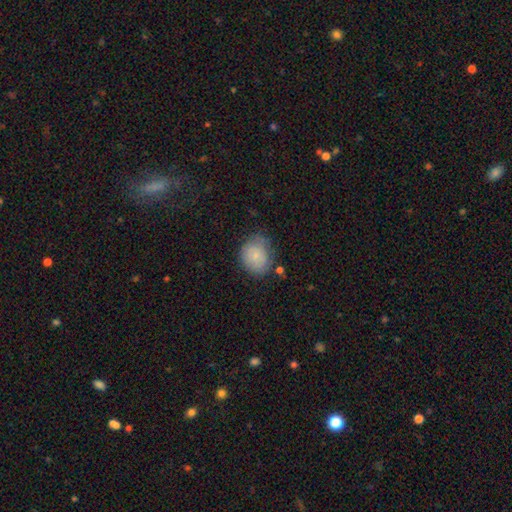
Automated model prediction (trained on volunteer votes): Smooth or featured? smooth (76%)
How rounded? round (65%)
Merging? none (61%)